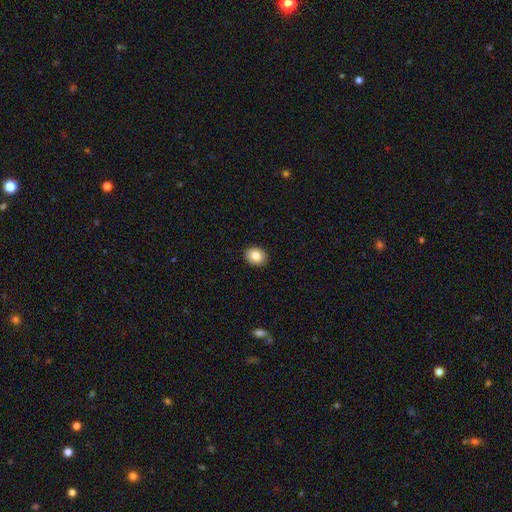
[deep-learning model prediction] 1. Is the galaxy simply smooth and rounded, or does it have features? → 83% smooth, 8% star or artifact, 8% featured or disk.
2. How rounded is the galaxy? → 56% round, 43% in between, 1% cigar-shaped.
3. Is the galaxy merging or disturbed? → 92% none, 6% minor disturbance, 2% major disturbance, 1% merger.